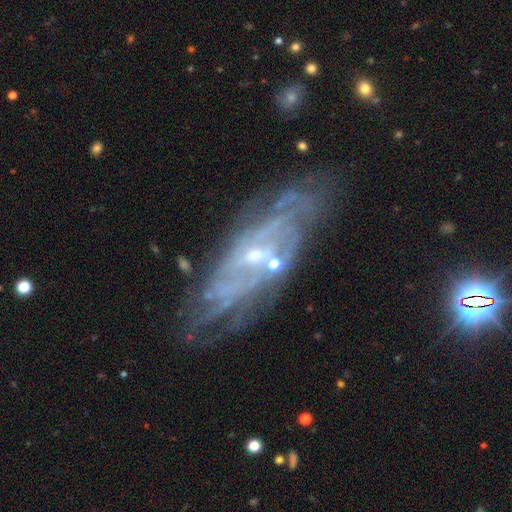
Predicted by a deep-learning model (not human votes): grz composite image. It shows a featured or disk galaxy (83%) with no bar (46%), tight (63%) spiral arms (92%) and a small central bulge (77%). Merging: none (74%).